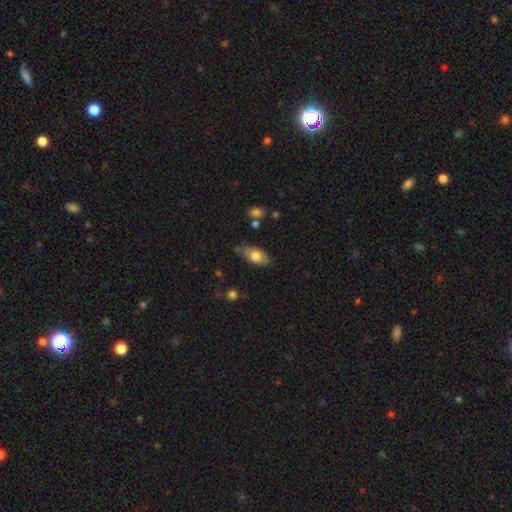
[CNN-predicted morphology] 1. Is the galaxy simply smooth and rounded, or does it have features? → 72% smooth, 22% featured or disk, 7% star or artifact.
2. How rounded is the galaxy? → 91% in between, 6% round, 3% cigar-shaped.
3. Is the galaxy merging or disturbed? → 70% none, 22% minor disturbance, 4% major disturbance, 4% merger.